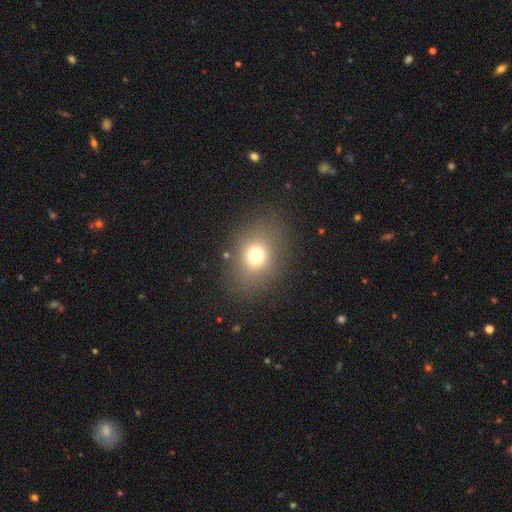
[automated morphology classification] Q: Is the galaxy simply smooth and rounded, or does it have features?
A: smooth — 72%.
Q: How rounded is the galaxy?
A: round — 50%.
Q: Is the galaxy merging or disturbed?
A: none — 82%.